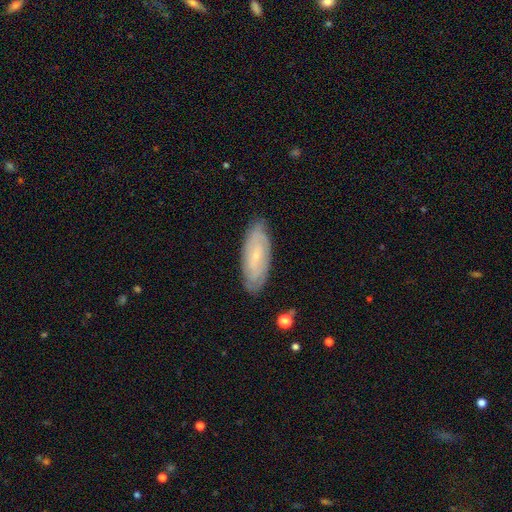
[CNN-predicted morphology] Smooth or featured: featured or disk — 63% (smooth — 30%)
Edge-on disk: no — 86% (yes — 14%)
Bar: no — 55% (weak — 35%)
Spiral arms: yes — 85% (no — 15%)
Bulge size: small — 79% (moderate — 13%)
Merging: none — 83% (minor disturbance — 13%)